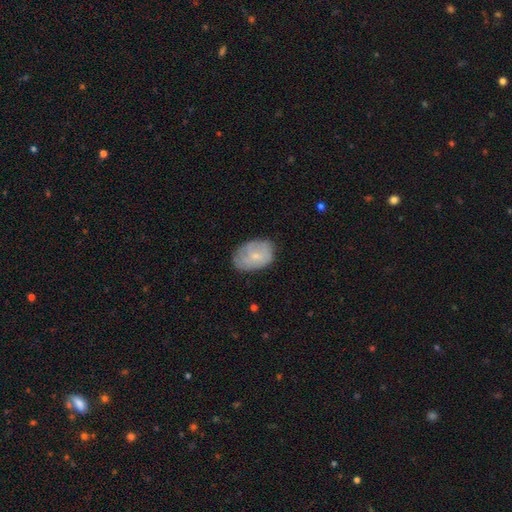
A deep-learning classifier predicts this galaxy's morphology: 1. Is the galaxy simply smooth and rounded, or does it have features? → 61% smooth, 31% featured or disk, 7% star or artifact.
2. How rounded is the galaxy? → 85% in between, 14% round, 1% cigar-shaped.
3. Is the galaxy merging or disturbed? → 70% none, 24% minor disturbance, 6% major disturbance, 1% merger.